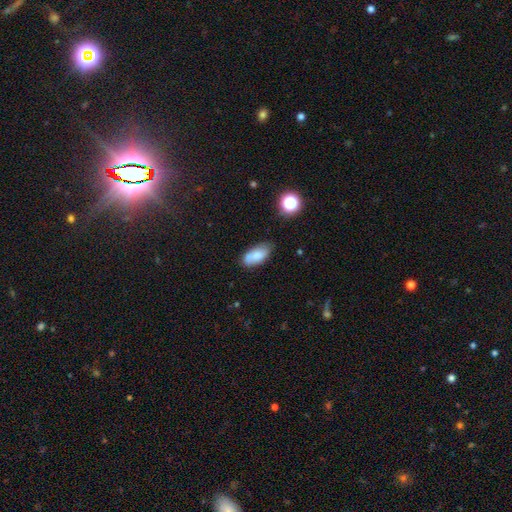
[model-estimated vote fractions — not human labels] This appears to be a smooth galaxy with no disk features (76%) that is in between round and cigar-shaped (90%). Merging: none (68%).